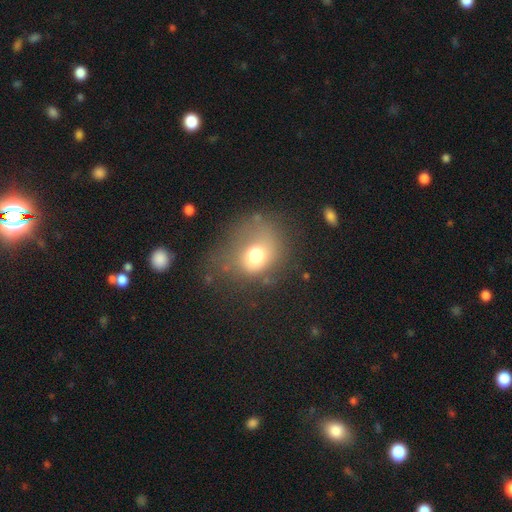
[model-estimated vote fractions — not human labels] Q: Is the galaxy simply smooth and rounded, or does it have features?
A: smooth — 69%.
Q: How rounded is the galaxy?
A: round — 62%.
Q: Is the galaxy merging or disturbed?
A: none — 44%.